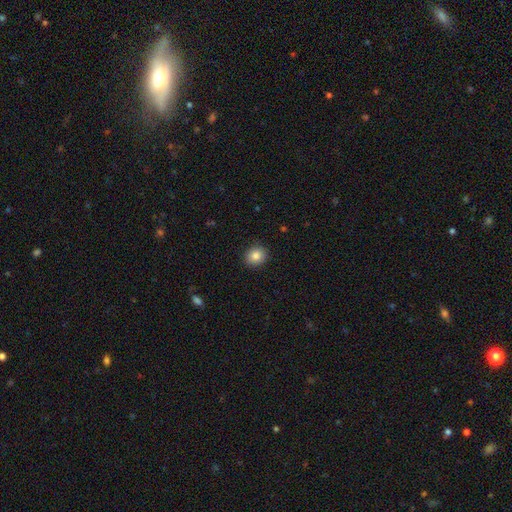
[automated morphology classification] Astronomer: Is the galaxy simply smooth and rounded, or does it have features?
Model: smooth — 84%.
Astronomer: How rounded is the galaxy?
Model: round — 78%.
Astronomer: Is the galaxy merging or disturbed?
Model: none — 90%.